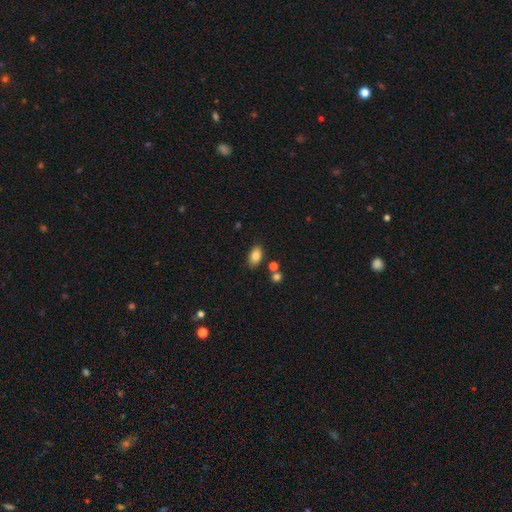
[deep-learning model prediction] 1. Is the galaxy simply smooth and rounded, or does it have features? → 84% smooth, 9% star or artifact, 7% featured or disk.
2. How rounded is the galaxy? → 88% in between, 10% round, 2% cigar-shaped.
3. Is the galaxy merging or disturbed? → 79% none, 12% minor disturbance, 6% merger, 3% major disturbance.